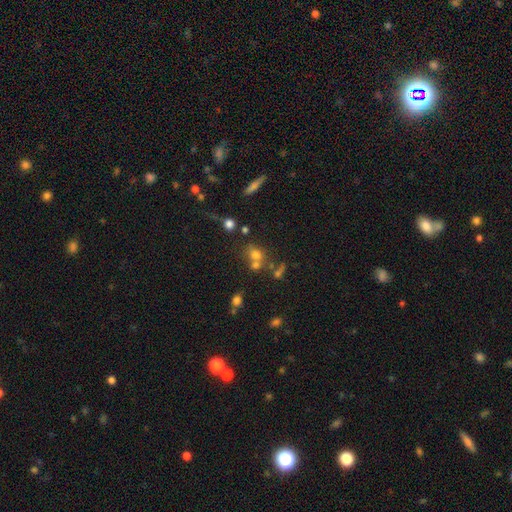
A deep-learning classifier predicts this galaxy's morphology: A smooth galaxy with no disk features (59%) that is round (71%).

Vote fractions:
- Smooth or featured? smooth: 59% / star or artifact: 24% / featured or disk: 17%
- How rounded? round: 71% / in between: 27% / cigar-shaped: 2%
- Merging? none: 44% / merger: 40% / minor disturbance: 10% / major disturbance: 6%